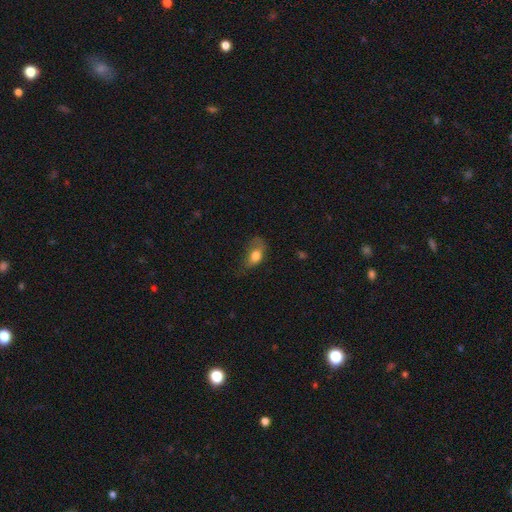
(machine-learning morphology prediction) This is likely a smooth galaxy (71%). How rounded: clearly in between (84%). Merging: marginally major disturbance (38%).